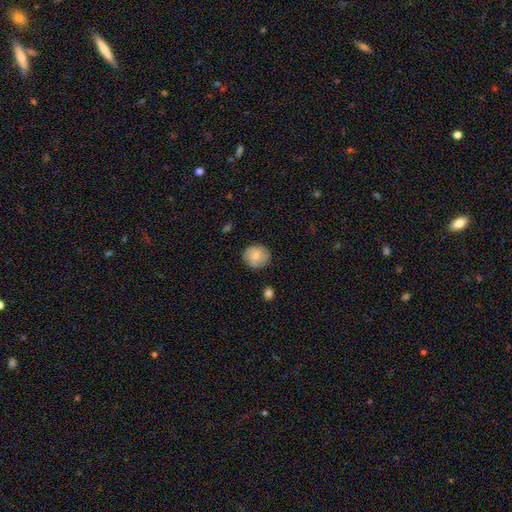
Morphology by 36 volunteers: smooth-or-featured: smooth: 89% | featured or disk: 6% | star or artifact: 6%
  how-rounded: round: 78% | in between: 22% | cigar-shaped: 0%
  merging: none: 88% | minor disturbance: 12% | major disturbance: 0% | merger: 0%